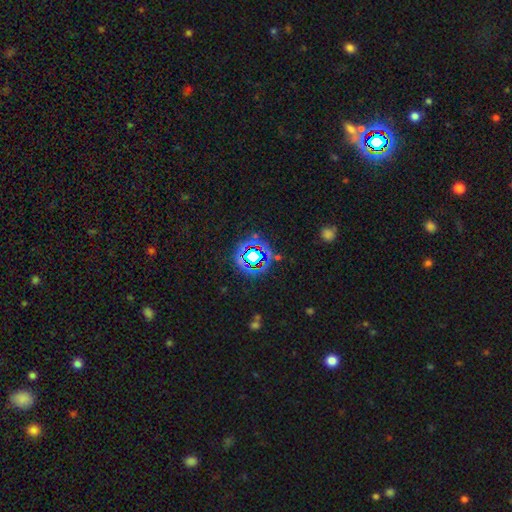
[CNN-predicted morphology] Smooth or featured?
  - star or artifact: 68% *
  - smooth: 20%
  - featured or disk: 12%